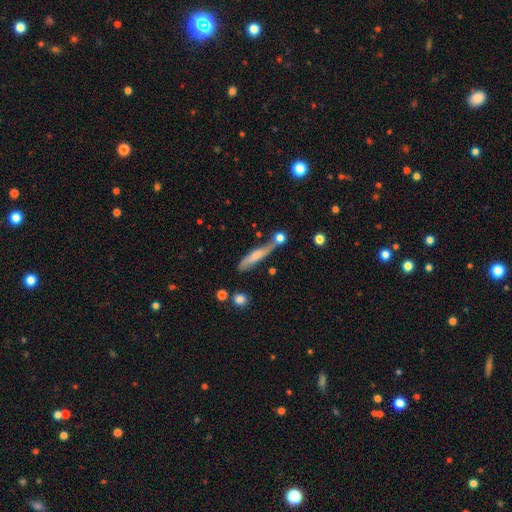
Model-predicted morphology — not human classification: This is possibly a smooth galaxy (53%). How rounded: clearly cigar-shaped (84%). Merging: marginally none (43%).